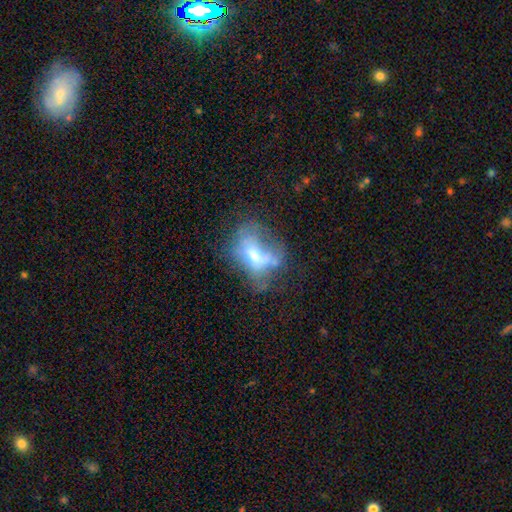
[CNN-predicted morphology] A featured or disk galaxy (47%). Merging: major disturbance (36%).